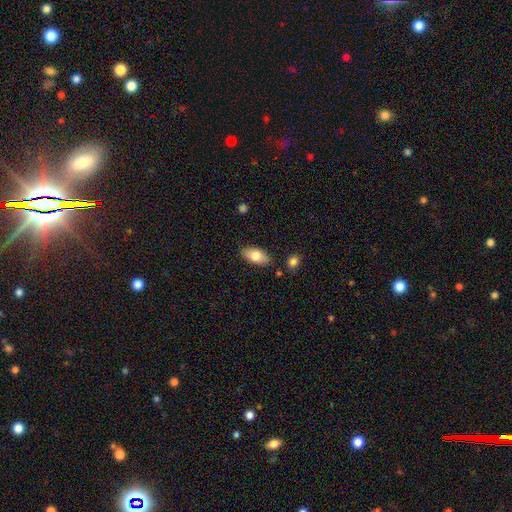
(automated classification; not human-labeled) smooth 76%, featured or disk 17%, star or artifact 7%. Down the decision tree: how rounded — in between (91%); merging — none (84%).